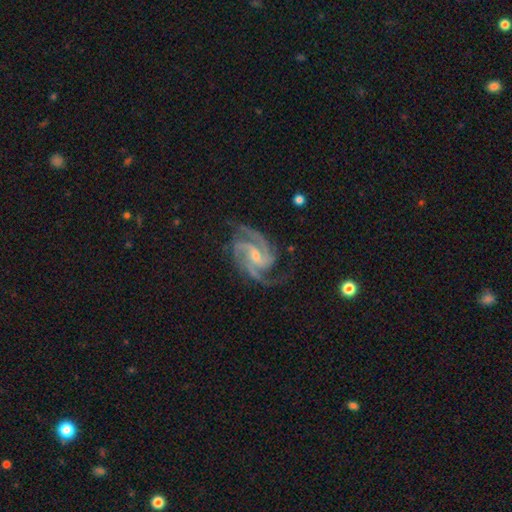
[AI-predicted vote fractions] Overall: featured or disk (94%). Edge-on disk: no (98%). Bar: weak (44%; no 35%). Spiral arms: yes (99%). Spiral arm count: 3 (56%; 2 21%). Spiral winding: medium (55%; tight 37%). Bulge size: small (66%; moderate 30%). Merging: none (75%).